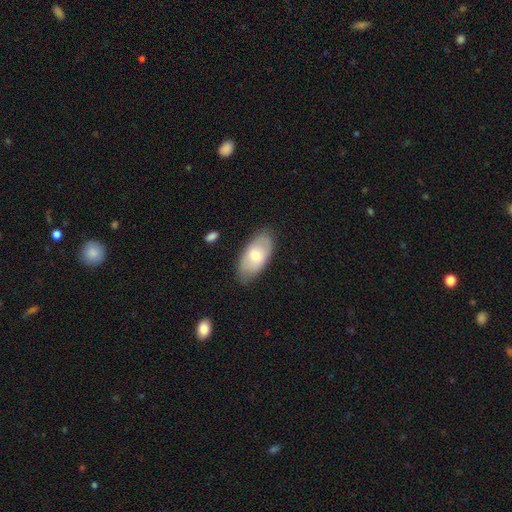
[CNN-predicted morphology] Smooth or featured: smooth — 59% (featured or disk — 35%)
How rounded: in between — 93% (round — 4%)
Merging: none — 81% (minor disturbance — 14%)